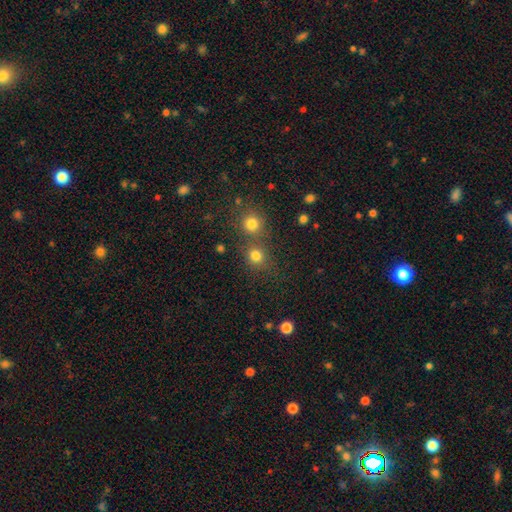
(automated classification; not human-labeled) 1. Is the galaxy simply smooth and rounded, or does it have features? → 79% smooth, 15% star or artifact, 6% featured or disk.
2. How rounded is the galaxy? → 85% round, 13% in between, 1% cigar-shaped.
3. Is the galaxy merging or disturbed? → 58% none, 31% merger, 7% minor disturbance, 4% major disturbance.